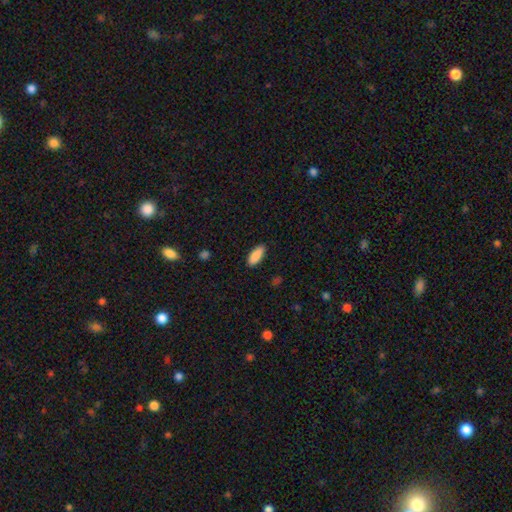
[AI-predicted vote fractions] Smooth or featured?
  - smooth: 89% *
  - star or artifact: 6%
  - featured or disk: 5%
How rounded?
  - in between: 75% *
  - cigar-shaped: 23%
  - round: 2%
Merging?
  - none: 86% *
  - minor disturbance: 11%
  - major disturbance: 2%
  - merger: 1%